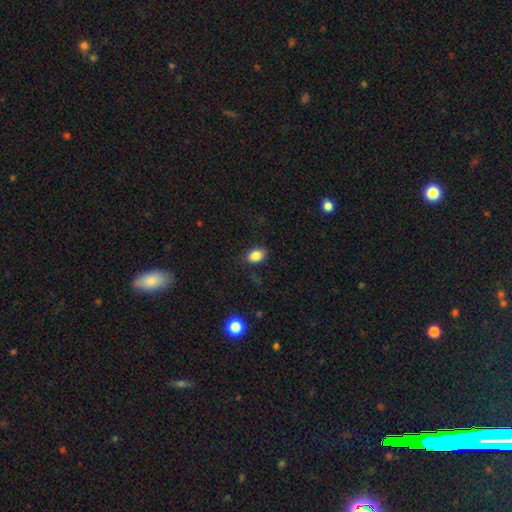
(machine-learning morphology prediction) type=smooth (85%); roundness=in between (79%); merging=none (81%).